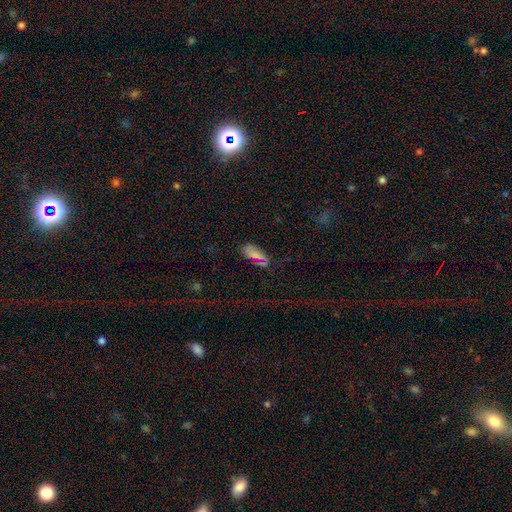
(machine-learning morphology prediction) Q: Smooth or featured?
A: smooth (69%); runner-up: star or artifact (17%)
Q: How rounded?
A: in between (88%); runner-up: cigar-shaped (9%)
Q: Merging?
A: none (67%); runner-up: minor disturbance (21%)